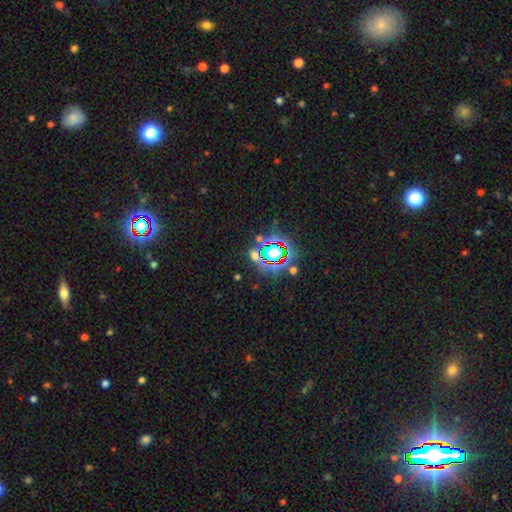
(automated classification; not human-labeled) A star or artifact, not a galaxy (61%).

Vote fractions:
- Smooth or featured? star or artifact: 61% / smooth: 28% / featured or disk: 10%